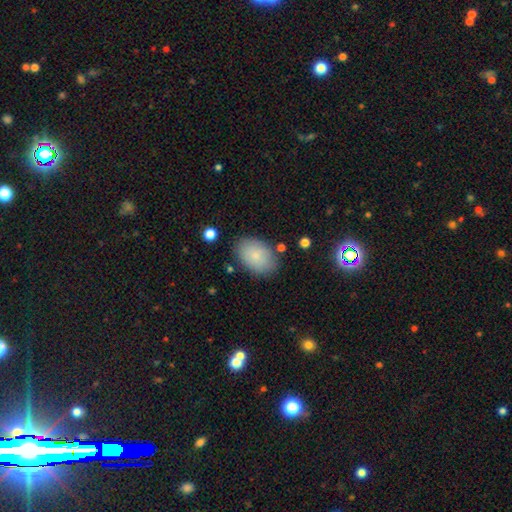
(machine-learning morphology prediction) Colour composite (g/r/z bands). It shows a smooth galaxy with no disk features (83%) that is in between round and cigar-shaped (88%). Merging: none (82%).